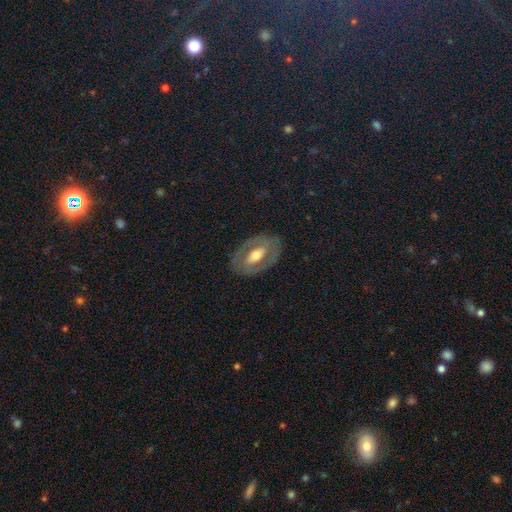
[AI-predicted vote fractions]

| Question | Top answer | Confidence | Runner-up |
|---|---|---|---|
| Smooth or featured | featured or disk | 56% | smooth (38%) |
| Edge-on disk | no | 89% | yes (11%) |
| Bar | no | 46% | weak (29%) |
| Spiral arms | no | 78% | yes (22%) |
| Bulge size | moderate | 64% | large (20%) |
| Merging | none | 80% | minor disturbance (13%) |